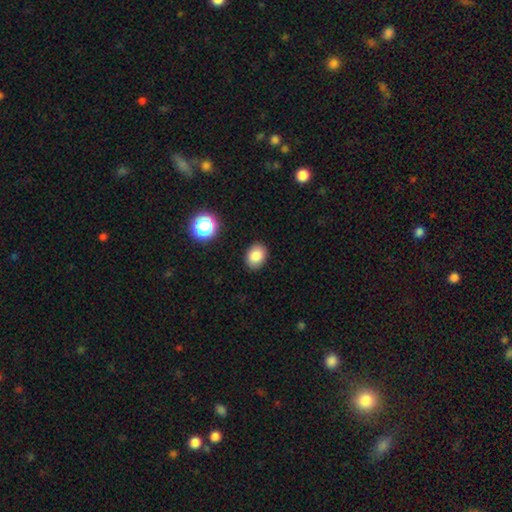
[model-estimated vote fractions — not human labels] Smooth or featured? Predicted: smooth (p=0.84). How rounded? Predicted: in between (p=0.65). Merging? Predicted: none (p=0.88).